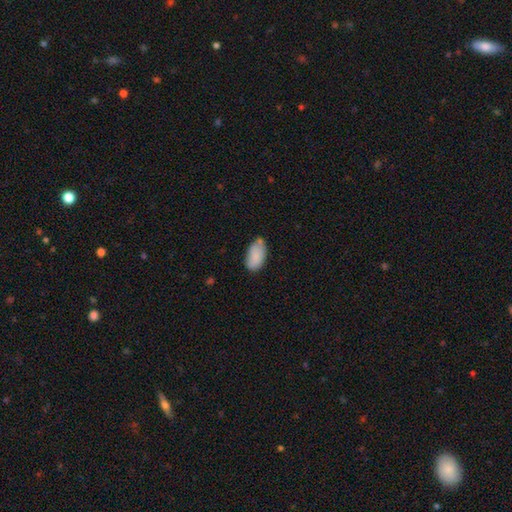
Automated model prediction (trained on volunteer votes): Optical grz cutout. It shows a smooth galaxy with no disk features (84%) that is in between round and cigar-shaped (95%). Merging: none (59%).